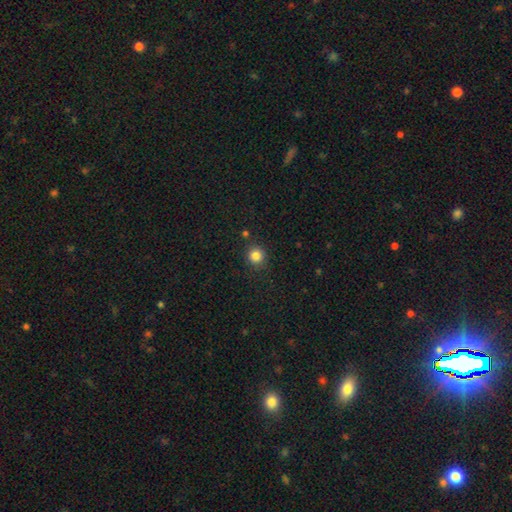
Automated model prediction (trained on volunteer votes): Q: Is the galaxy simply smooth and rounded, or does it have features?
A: smooth — 83%.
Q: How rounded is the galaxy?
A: round — 93%.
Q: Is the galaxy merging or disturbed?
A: none — 87%.